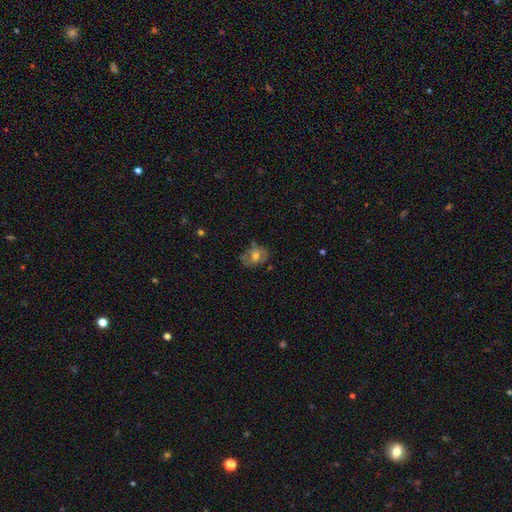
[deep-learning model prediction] A smooth galaxy with no disk features (52%) that is in between round and cigar-shaped (67%). Merging: none (62%).